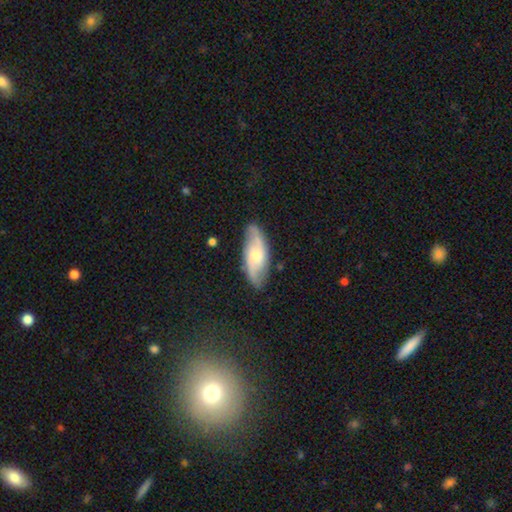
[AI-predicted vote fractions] Smooth or featured? featured or disk (65%)
Edge-on disk? no (87%)
Bar? no (60%)
Spiral arms? yes (90%)
Spiral winding? medium (41%)
Spiral arm count? 2 (82%)
Bulge size? small (47%)
Merging? none (81%)